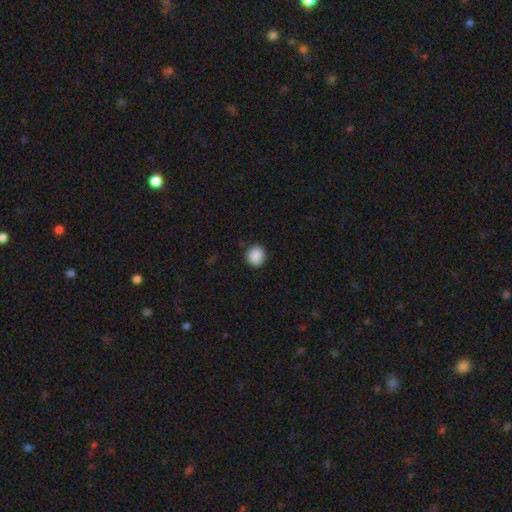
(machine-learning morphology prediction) This appears to be a smooth galaxy with no disk features (89%) that is round (87%). Merging: none (90%).